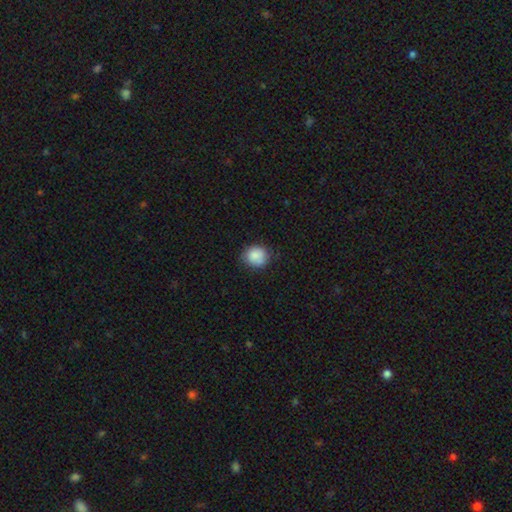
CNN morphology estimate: Smooth or featured? Predicted: smooth (p=0.86). How rounded? Predicted: round (p=0.80). Merging? Predicted: none (p=0.76).